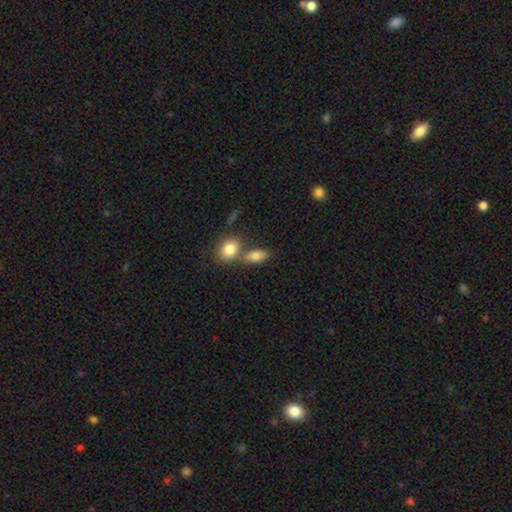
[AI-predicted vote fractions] A smooth galaxy with no disk features (81%) that is in between round and cigar-shaped (79%). Merging: none (50%).